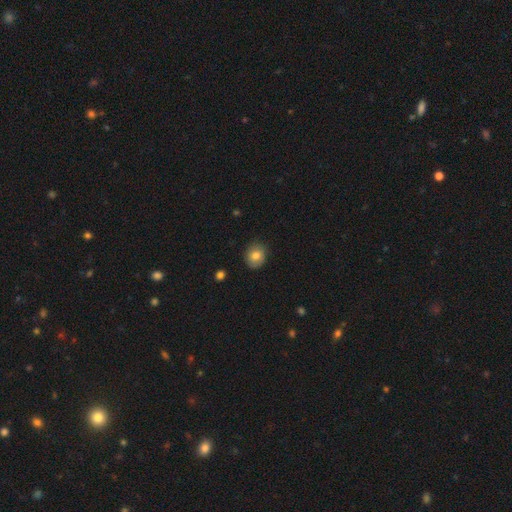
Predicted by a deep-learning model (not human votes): Smooth or featured: smooth — 80% (featured or disk — 11%)
How rounded: round — 66% (in between — 34%)
Merging: none — 84% (minor disturbance — 12%)